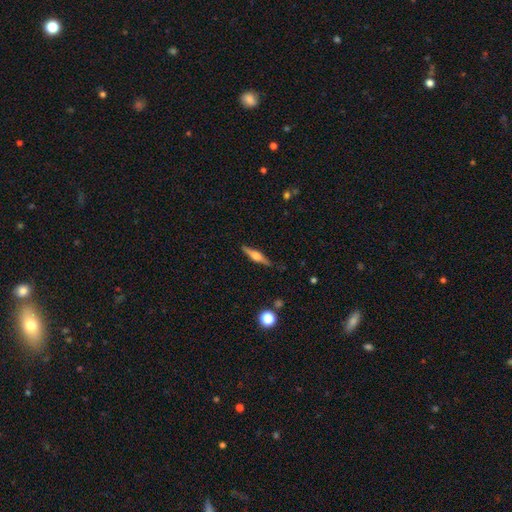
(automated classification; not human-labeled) smooth-or-featured: featured or disk: 68% | smooth: 26% | star or artifact: 6%
  disk-edge-on: yes: 97% | no: 3%
    edge-on-bulge: rounded: 87% | boxy: 11% | none: 3%
  merging: none: 88% | minor disturbance: 9% | major disturbance: 2% | merger: 1%